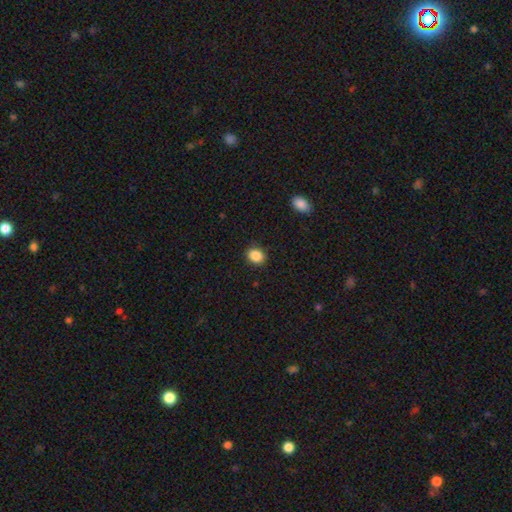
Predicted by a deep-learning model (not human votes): Morphology: type=smooth (87%); roundness=round (51%); merging=none (89%).